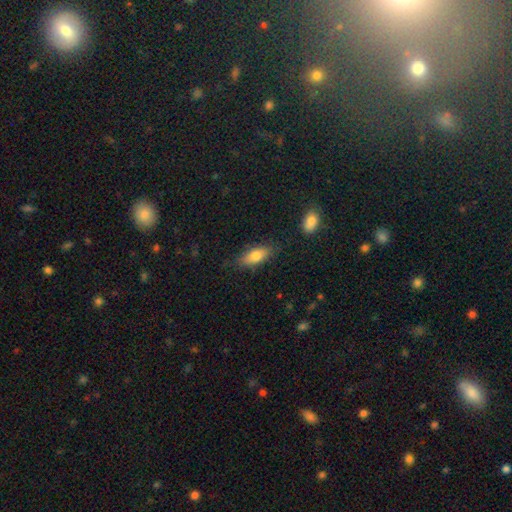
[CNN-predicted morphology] Smooth or featured: smooth — 78% (featured or disk — 15%)
How rounded: in between — 80% (cigar-shaped — 17%)
Merging: none — 77% (minor disturbance — 16%)